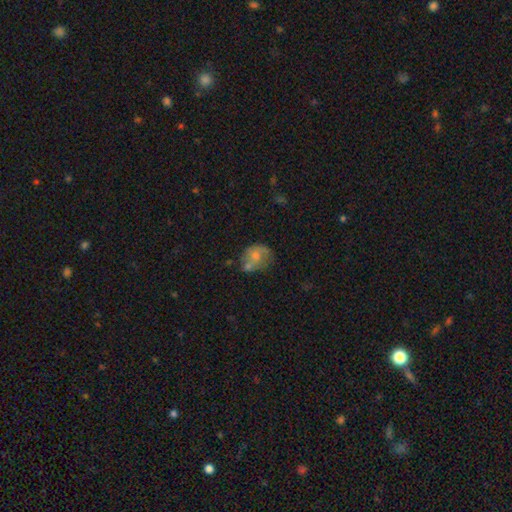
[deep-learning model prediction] Morphology: type=smooth (55%); roundness=round (53%); merging=none (35%).